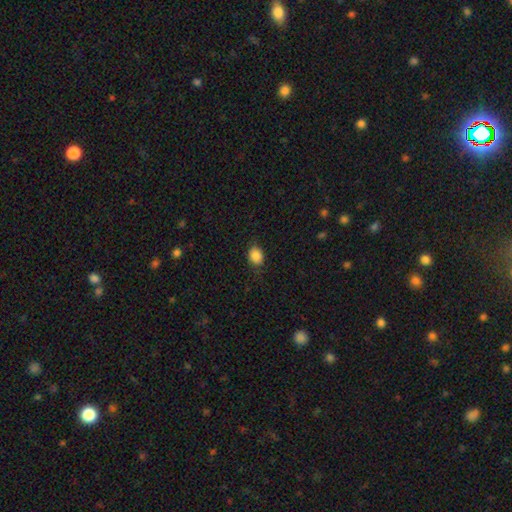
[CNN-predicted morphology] type=smooth (86%); roundness=in between (54%); merging=none (77%).